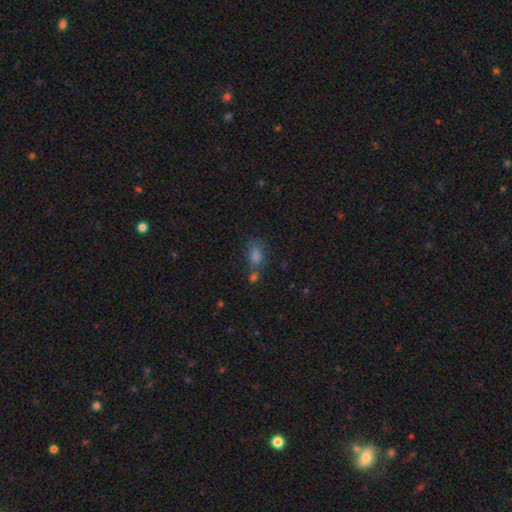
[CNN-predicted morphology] A smooth galaxy with no disk features (70%) that is in between round and cigar-shaped (77%).

Vote fractions:
- Smooth or featured? smooth: 70% / star or artifact: 21% / featured or disk: 9%
- How rounded? in between: 77% / round: 19% / cigar-shaped: 4%
- Merging? none: 52% / merger: 25% / minor disturbance: 16% / major disturbance: 7%